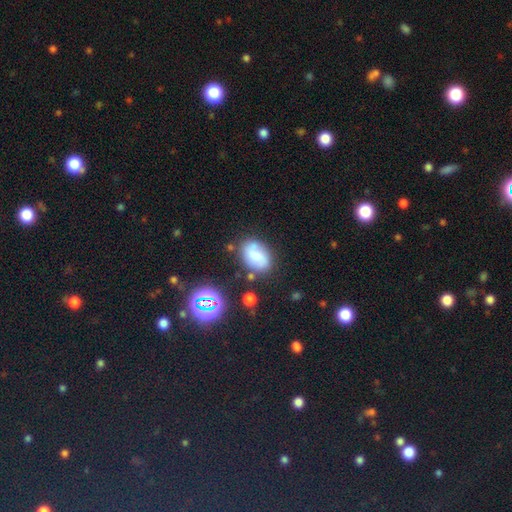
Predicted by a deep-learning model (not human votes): A smooth galaxy with no disk features (56%) that is in between round and cigar-shaped (81%). Merging: none (66%).